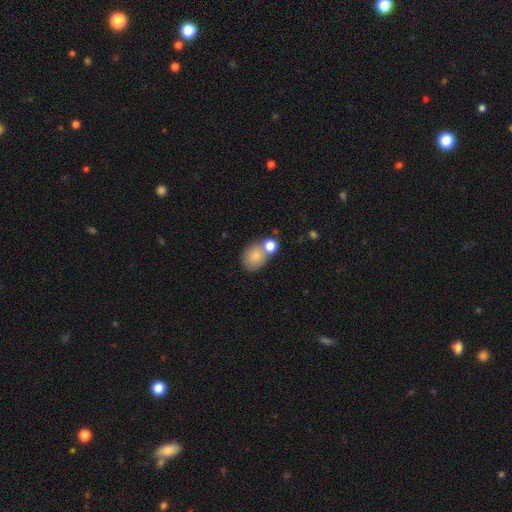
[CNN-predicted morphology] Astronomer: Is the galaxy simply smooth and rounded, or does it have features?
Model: smooth — 81%.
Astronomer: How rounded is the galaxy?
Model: round — 50% (runner-up: in between, 48%).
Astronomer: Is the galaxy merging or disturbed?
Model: none — 47% (runner-up: merger, 36%).